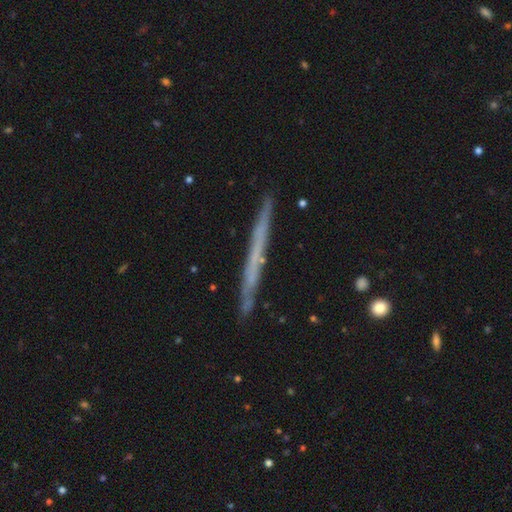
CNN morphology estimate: smooth-or-featured: featured or disk: 56% | smooth: 37% | star or artifact: 7%
  disk-edge-on: yes: 96% | no: 4%
    edge-on-bulge: none: 92% | rounded: 5% | boxy: 3%
  merging: none: 88% | minor disturbance: 9% | major disturbance: 2% | merger: 1%